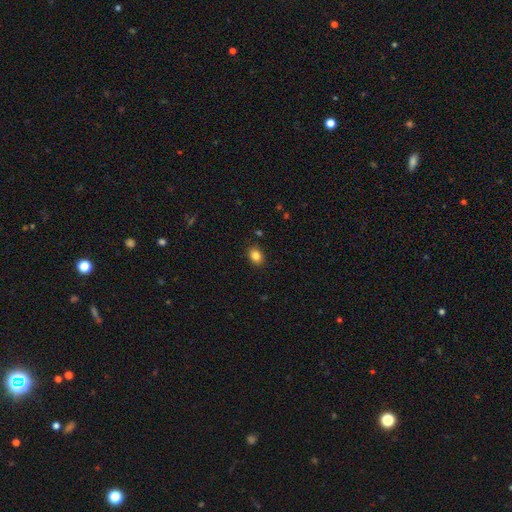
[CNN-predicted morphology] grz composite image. It shows a smooth galaxy with no disk features (84%) that is in between round and cigar-shaped (58%). Merging: none (88%).